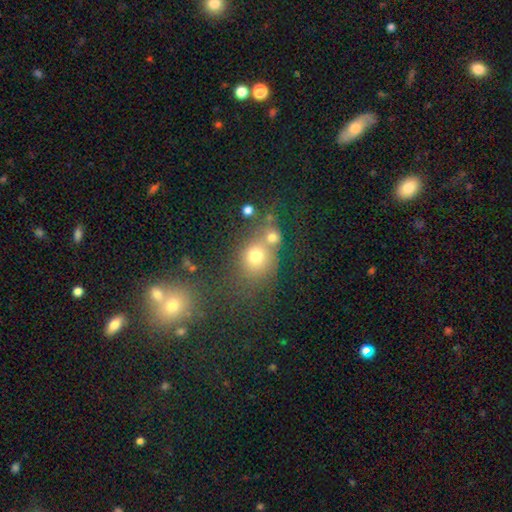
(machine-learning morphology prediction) smooth_or_featured: smooth (p=0.69) [alt: star or artifact p=0.18]
how_rounded: round (p=0.71) [alt: in between p=0.28]
merging: merger (p=0.43) [alt: none p=0.41]